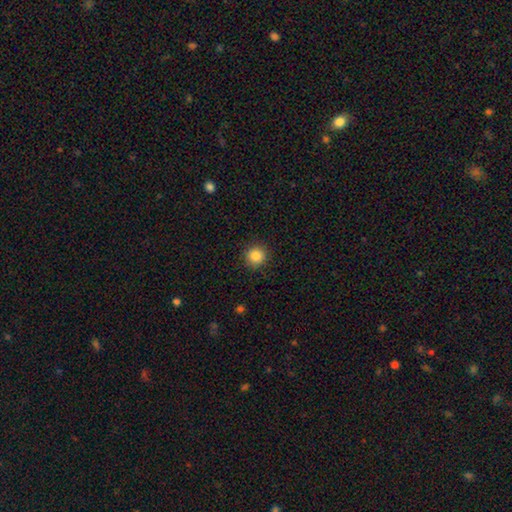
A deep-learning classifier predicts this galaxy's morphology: smooth_or_featured: smooth (p=0.86) [alt: star or artifact p=0.10]
how_rounded: round (p=0.93) [alt: in between p=0.06]
merging: none (p=0.90) [alt: minor disturbance p=0.07]